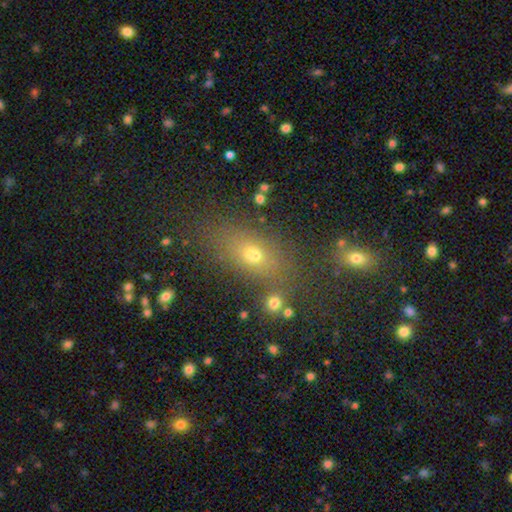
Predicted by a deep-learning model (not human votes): The model was most divided on "smooth or featured": smooth: 66%, star or artifact: 19%, featured or disk: 15%. More confident: merging — none (73%); how rounded — in between (70%).